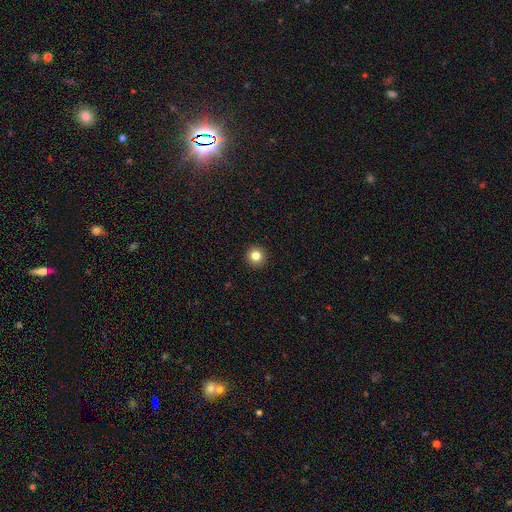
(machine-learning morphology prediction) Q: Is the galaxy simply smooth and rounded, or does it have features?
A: smooth — 82%.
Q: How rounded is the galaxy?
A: round — 94%.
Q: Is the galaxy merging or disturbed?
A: none — 93%.